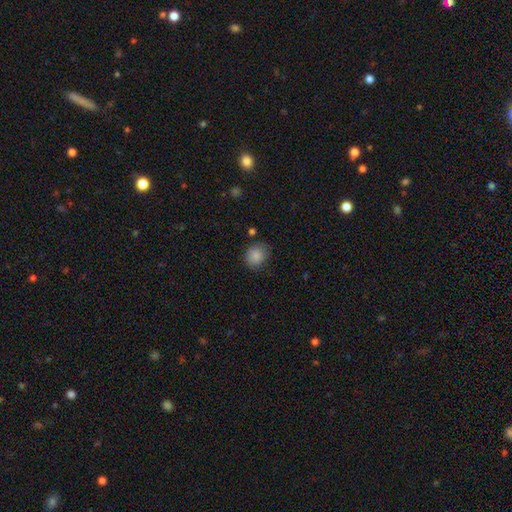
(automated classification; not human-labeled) Overall: smooth (87%). How rounded: round (70%). Merging: none (77%).